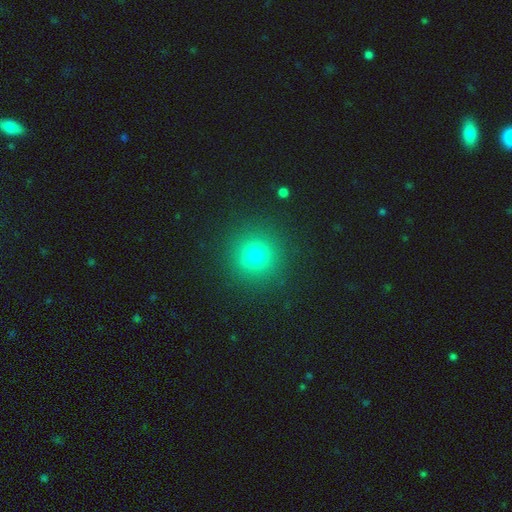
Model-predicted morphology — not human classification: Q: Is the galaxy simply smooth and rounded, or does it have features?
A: smooth — 71%.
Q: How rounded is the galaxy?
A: round — 94%.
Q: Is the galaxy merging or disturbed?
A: none — 84%.